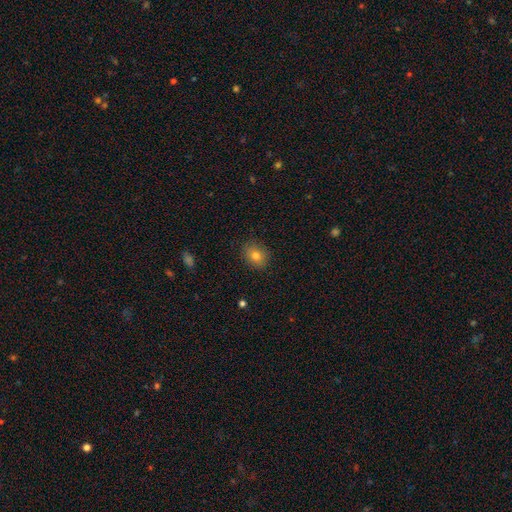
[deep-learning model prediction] smooth 80%, star or artifact 11%, featured or disk 10%. Down the decision tree: how rounded — round (58%); merging — none (87%).